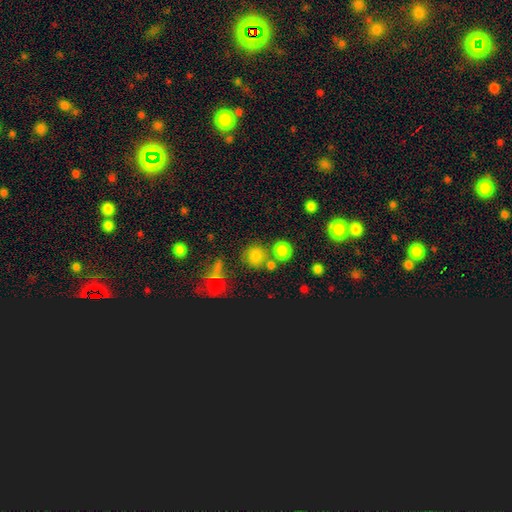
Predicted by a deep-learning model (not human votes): Smooth or featured?
  - smooth: 76% *
  - star or artifact: 18%
  - featured or disk: 6%
How rounded?
  - round: 86% *
  - in between: 13%
  - cigar-shaped: 1%
Merging?
  - none: 68% *
  - merger: 17%
  - minor disturbance: 10%
  - major disturbance: 5%